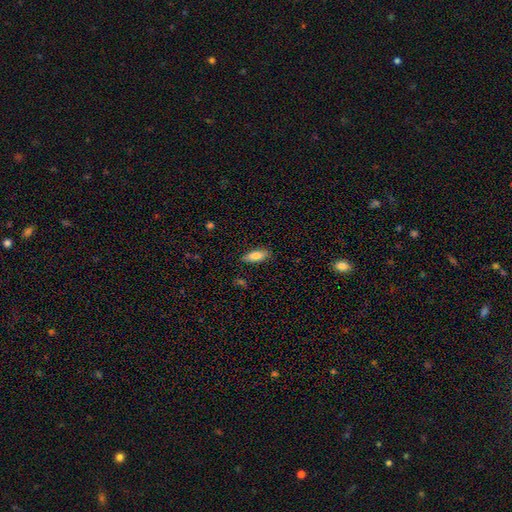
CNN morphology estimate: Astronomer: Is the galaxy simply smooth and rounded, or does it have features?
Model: smooth — 80%.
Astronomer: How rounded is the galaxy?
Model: in between — 71%.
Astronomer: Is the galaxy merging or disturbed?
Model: none — 85%.